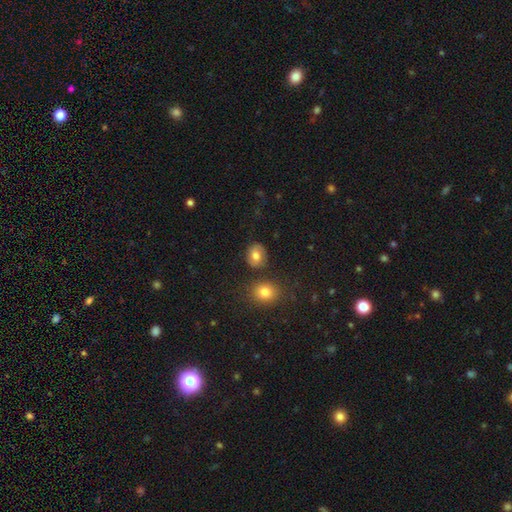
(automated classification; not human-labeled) Morphology: type=smooth (77%); roundness=round (60%); merging=none (79%).